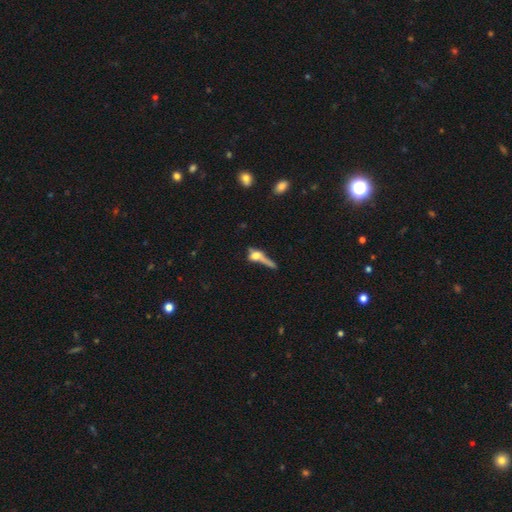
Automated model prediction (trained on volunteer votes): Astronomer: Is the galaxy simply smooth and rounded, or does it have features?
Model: smooth — 52% (runner-up: featured or disk, 34%).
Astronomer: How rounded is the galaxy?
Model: cigar-shaped — 36% (runner-up: in between, 33%).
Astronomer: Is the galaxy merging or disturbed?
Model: none — 34% (runner-up: major disturbance, 27%).